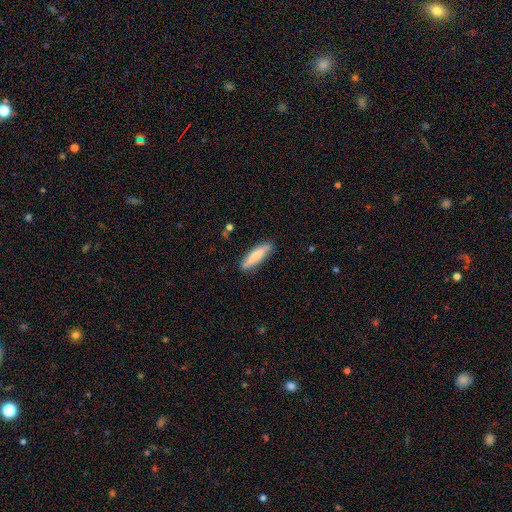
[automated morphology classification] Smooth or featured? Predicted: smooth (p=0.72). How rounded? Predicted: cigar-shaped (p=0.75). Merging? Predicted: none (p=0.83).